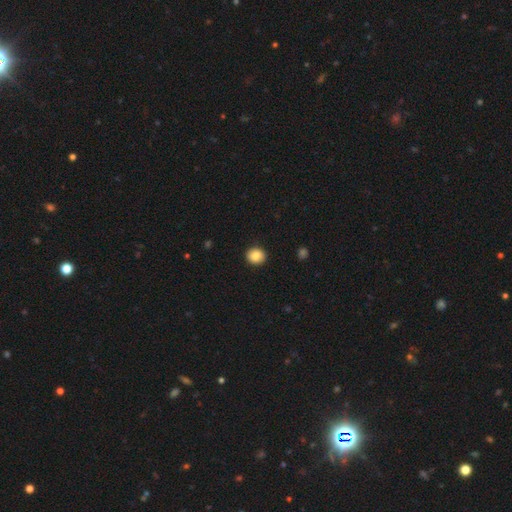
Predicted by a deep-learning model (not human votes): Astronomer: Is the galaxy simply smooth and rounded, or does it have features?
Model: smooth — 86%.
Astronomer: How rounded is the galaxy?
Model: round — 77%.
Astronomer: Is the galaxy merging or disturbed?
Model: none — 91%.